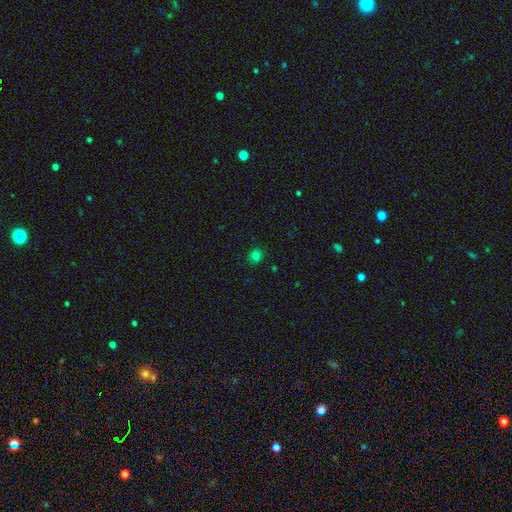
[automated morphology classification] Overall: smooth (76%). How rounded: round (79%). Merging: none (86%).